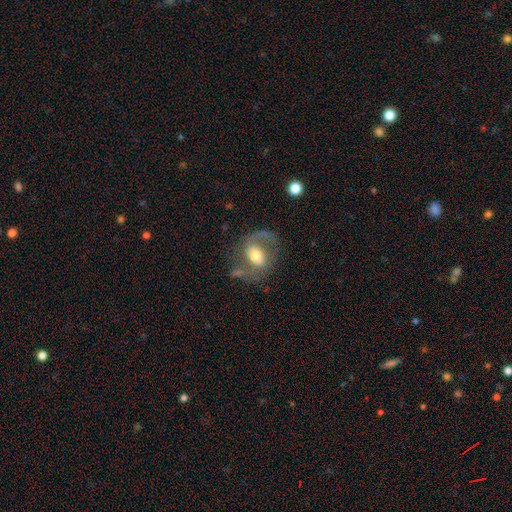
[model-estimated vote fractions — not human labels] Smooth or featured: featured or disk — 61% (smooth — 31%)
Edge-on disk: no — 95% (yes — 5%)
Bar: no — 44% (weak — 37%)
Spiral arms: yes — 71% (no — 29%)
Bulge size: moderate — 62% (large — 19%)
Merging: none — 51% (major disturbance — 23%)